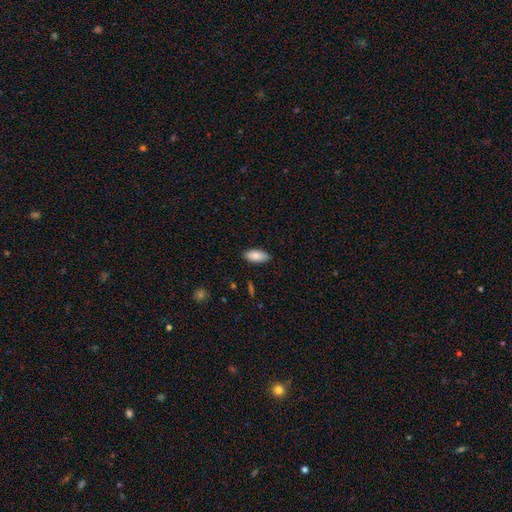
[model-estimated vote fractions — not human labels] A smooth galaxy with no disk features (86%) that is in between round and cigar-shaped (90%). Merging: none (87%).